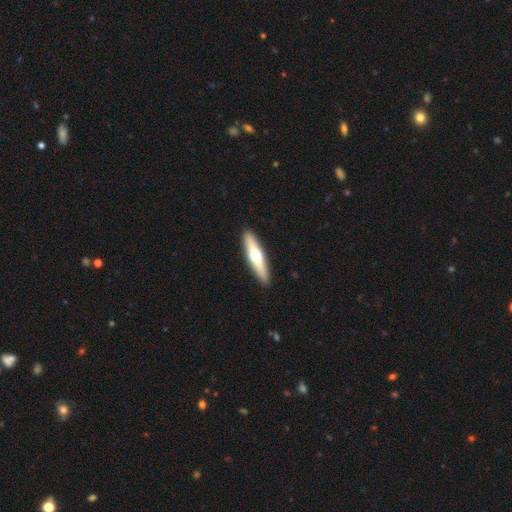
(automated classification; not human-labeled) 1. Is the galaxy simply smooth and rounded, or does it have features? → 50% featured or disk, 45% smooth, 5% star or artifact.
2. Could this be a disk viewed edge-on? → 93% yes, 7% no.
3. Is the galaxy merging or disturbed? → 92% none, 6% minor disturbance, 1% major disturbance, 1% merger.